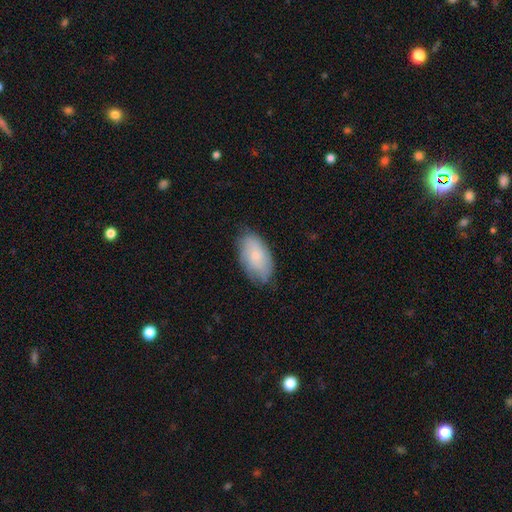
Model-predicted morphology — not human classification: Smooth or featured? Predicted: smooth (p=0.68). How rounded? Predicted: in between (p=0.94). Merging? Predicted: none (p=0.74).